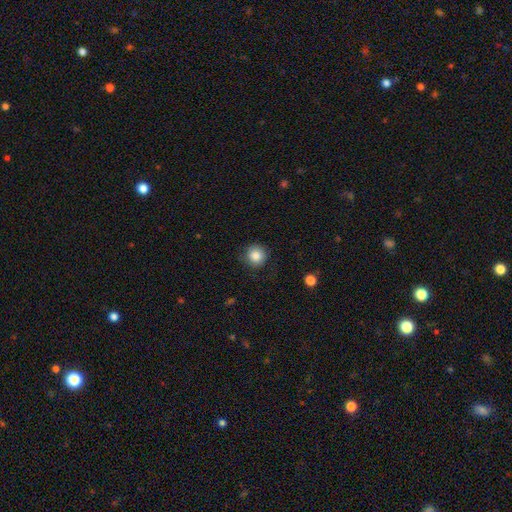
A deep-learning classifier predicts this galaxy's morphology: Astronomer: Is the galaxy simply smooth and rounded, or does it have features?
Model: smooth — 86%.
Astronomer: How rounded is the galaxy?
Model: round — 93%.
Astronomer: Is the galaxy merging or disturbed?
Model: none — 83%.